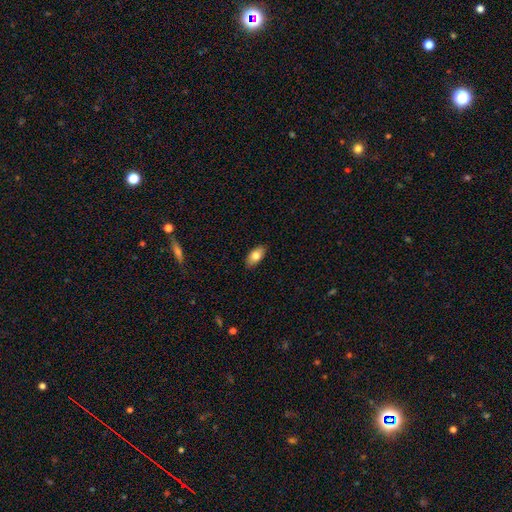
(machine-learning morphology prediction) smooth 81%, featured or disk 12%, star or artifact 7%. Down the decision tree: how rounded — in between (92%); merging — none (88%).